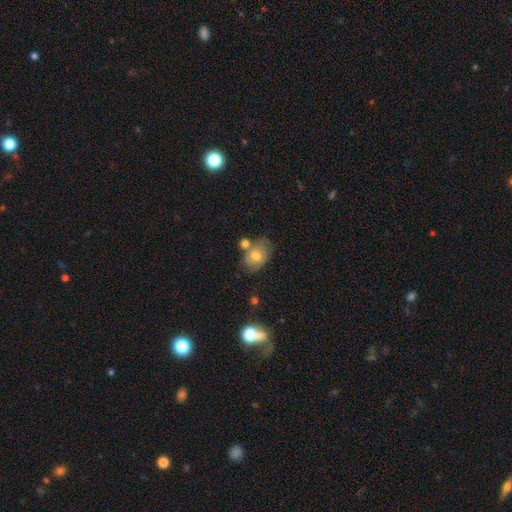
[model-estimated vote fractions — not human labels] Overall: smooth (66%). How rounded: in between (75%). Merging: none (46%; merger 25%).